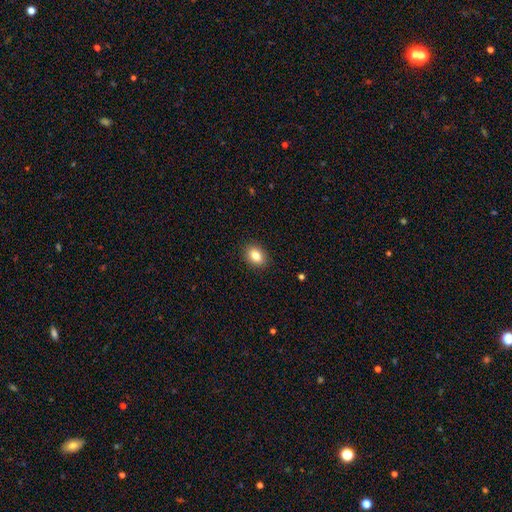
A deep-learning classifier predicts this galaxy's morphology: Smooth or featured? Predicted: smooth (p=0.83). How rounded? Predicted: in between (p=0.65). Merging? Predicted: none (p=0.90).